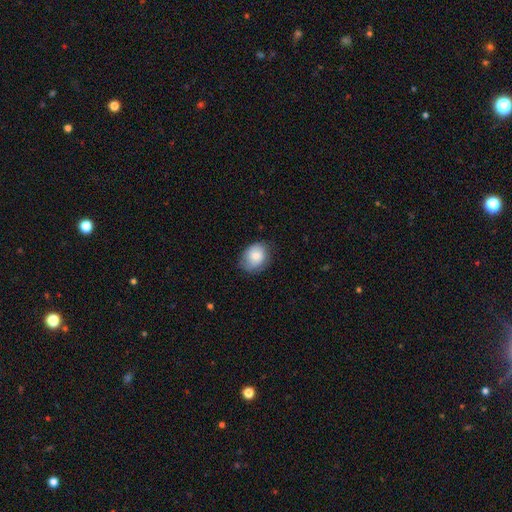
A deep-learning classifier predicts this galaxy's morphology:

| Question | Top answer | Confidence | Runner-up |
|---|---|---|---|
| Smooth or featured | smooth | 82% | featured or disk (11%) |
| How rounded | in between | 54% | round (45%) |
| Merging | none | 71% | minor disturbance (23%) |